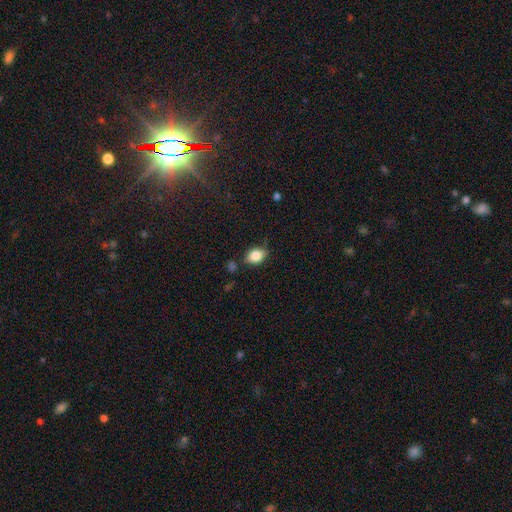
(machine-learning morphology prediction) Smooth or featured? Predicted: smooth (p=0.84). How rounded? Predicted: in between (p=0.78). Merging? Predicted: none (p=0.74).